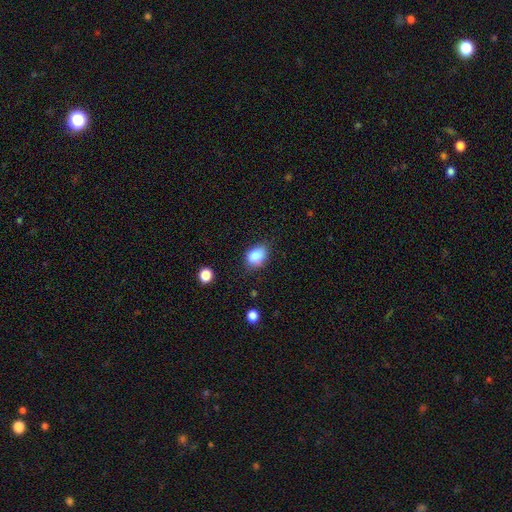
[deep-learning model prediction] Smooth or featured: smooth — 86% (star or artifact — 9%)
How rounded: in between — 63% (round — 36%)
Merging: none — 72% (minor disturbance — 22%)